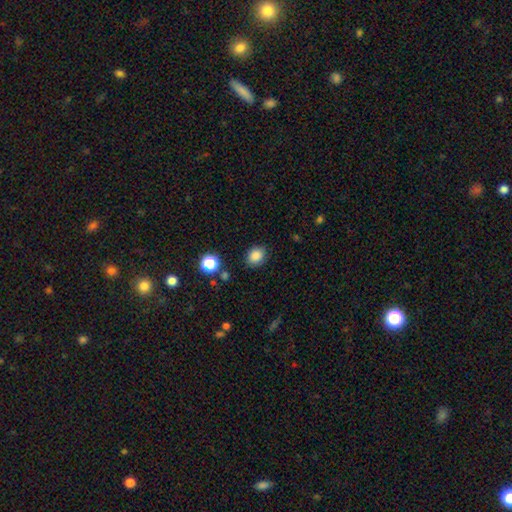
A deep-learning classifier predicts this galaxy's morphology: Overall: smooth (85%). How rounded: round (62%; in between 38%). Merging: none (84%).